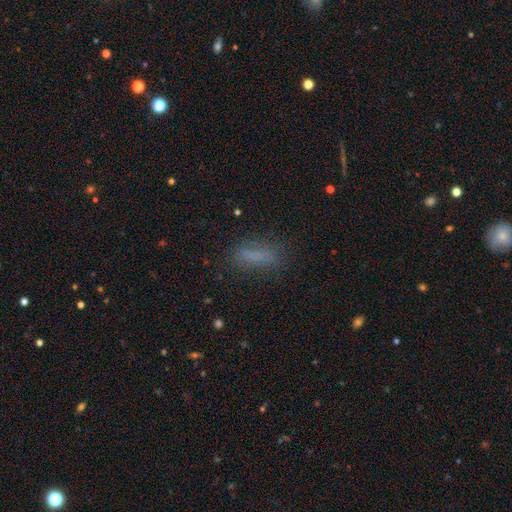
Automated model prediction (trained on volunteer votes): Overall: smooth (74%). How rounded: cigar-shaped (59%; in between 39%). Merging: none (78%).